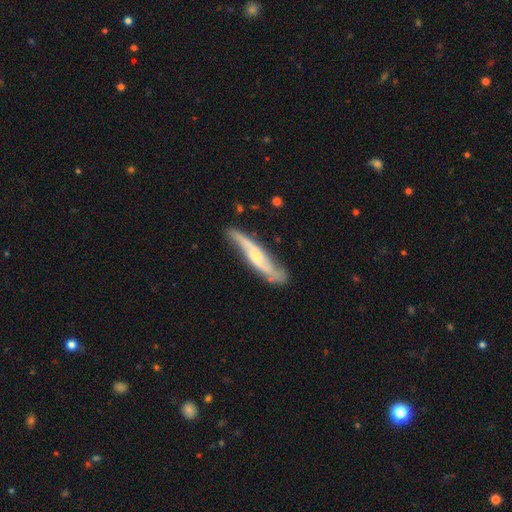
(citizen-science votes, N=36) Smooth or featured?
  - featured or disk: 75% *
  - smooth: 25%
  - star or artifact: 0%
Edge-on disk?
  - yes: 70% *
  - no: 30%
Edge-on bulge?
  - rounded: 79% *
  - none: 16%
  - boxy: 5%
Merging?
  - none: 75% *
  - minor disturbance: 22%
  - merger: 3%
  - major disturbance: 0%